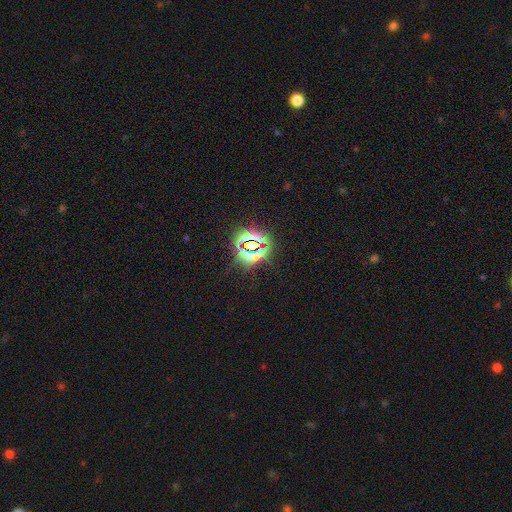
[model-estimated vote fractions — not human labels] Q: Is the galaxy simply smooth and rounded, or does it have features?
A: star or artifact — 78%.